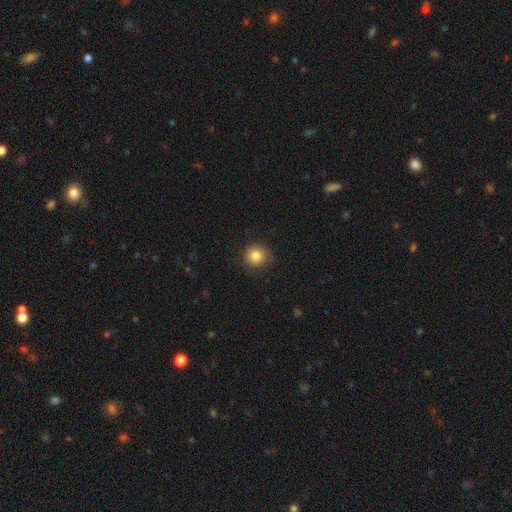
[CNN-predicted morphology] Smooth or featured: smooth — 85% (star or artifact — 10%)
How rounded: round — 90% (in between — 9%)
Merging: none — 85% (minor disturbance — 11%)